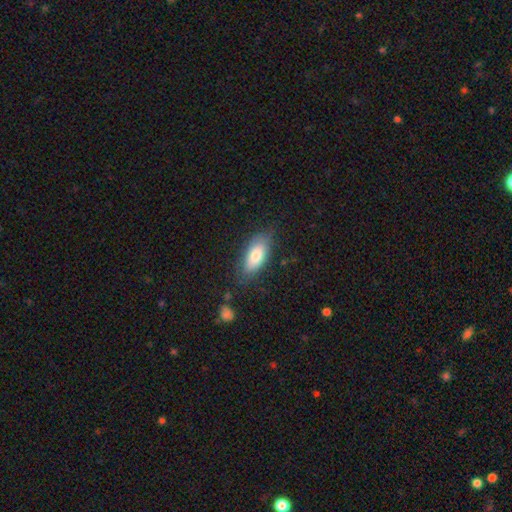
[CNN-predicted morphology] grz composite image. It shows a smooth galaxy with no disk features (78%) that is in between round and cigar-shaped (84%). Merging: none (76%).